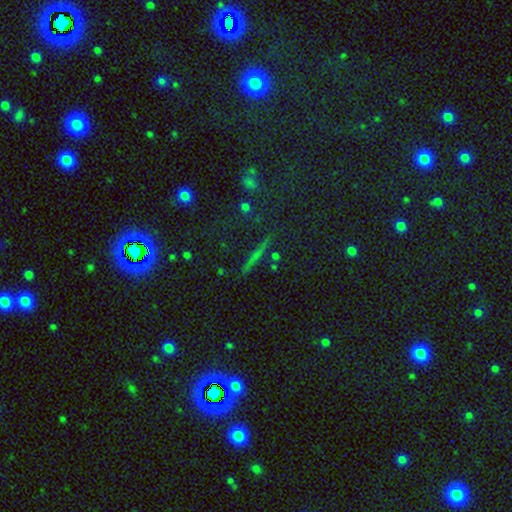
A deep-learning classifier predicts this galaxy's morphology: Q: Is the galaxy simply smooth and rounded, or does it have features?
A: featured or disk — 44%.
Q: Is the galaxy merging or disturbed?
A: none — 87%.